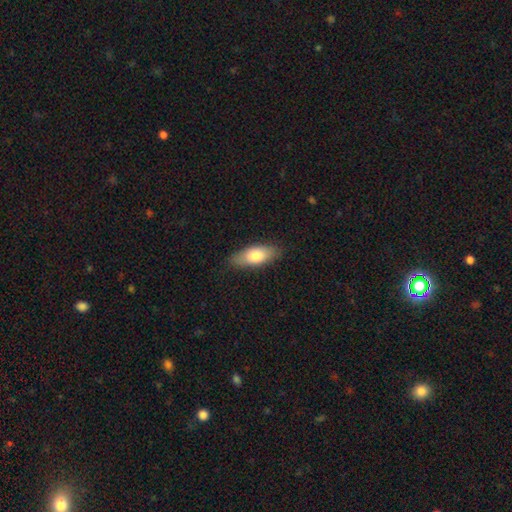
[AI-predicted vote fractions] smooth 76%, featured or disk 18%, star or artifact 6%. Down the decision tree: how rounded — in between (76%); merging — none (84%).